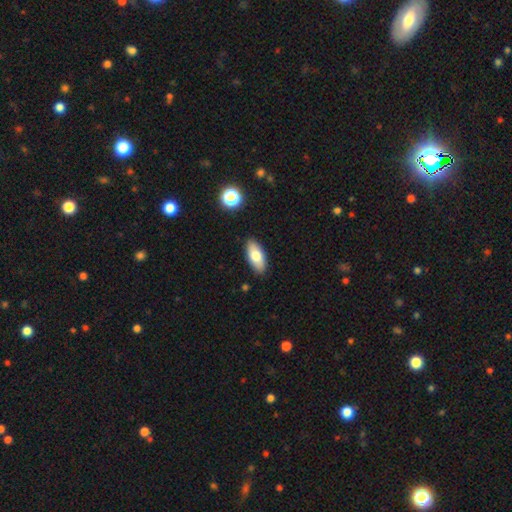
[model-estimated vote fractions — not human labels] Smooth or featured? smooth (78%)
How rounded? in between (88%)
Merging? none (88%)